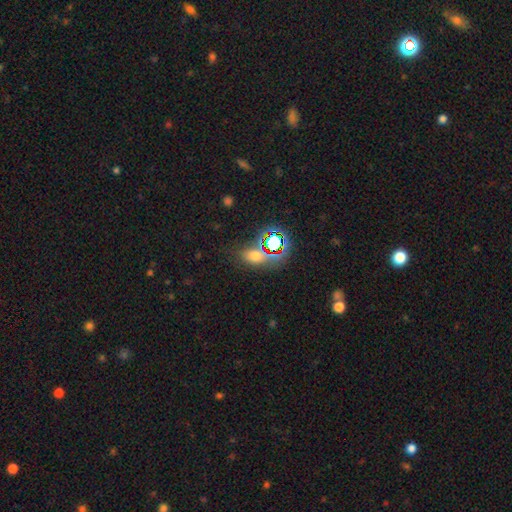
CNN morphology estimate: Smooth or featured?
  - smooth: 55% *
  - star or artifact: 35%
  - featured or disk: 10%
How rounded?
  - in between: 69% *
  - round: 28%
  - cigar-shaped: 3%
Merging?
  - none: 69% *
  - minor disturbance: 14%
  - merger: 11%
  - major disturbance: 6%